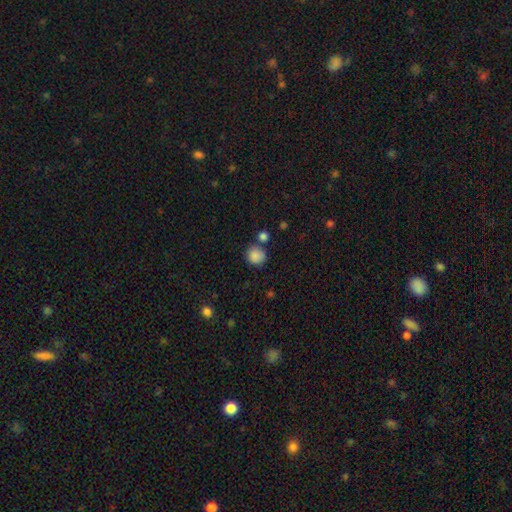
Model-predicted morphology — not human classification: Smooth or featured? smooth (87%)
How rounded? round (87%)
Merging? none (73%)